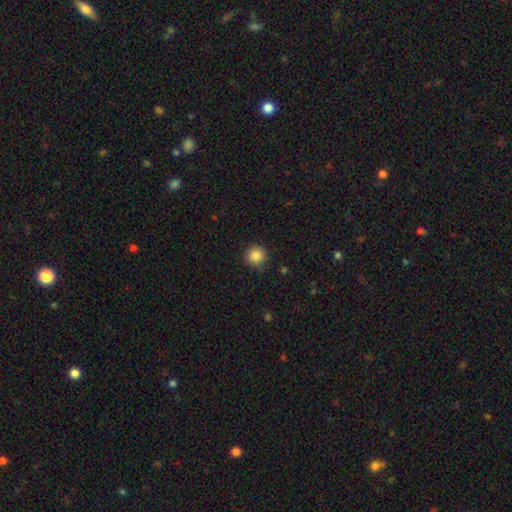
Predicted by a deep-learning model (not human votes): This appears to be a smooth galaxy with no disk features (86%) that is round (94%). Merging: none (89%).